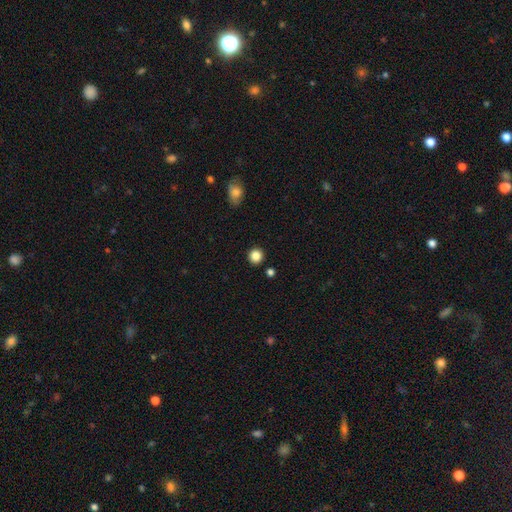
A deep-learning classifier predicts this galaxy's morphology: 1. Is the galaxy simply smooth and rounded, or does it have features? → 86% smooth, 11% star or artifact, 4% featured or disk.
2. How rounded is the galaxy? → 93% round, 6% in between, 1% cigar-shaped.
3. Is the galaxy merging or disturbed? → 91% none, 5% minor disturbance, 2% merger, 2% major disturbance.